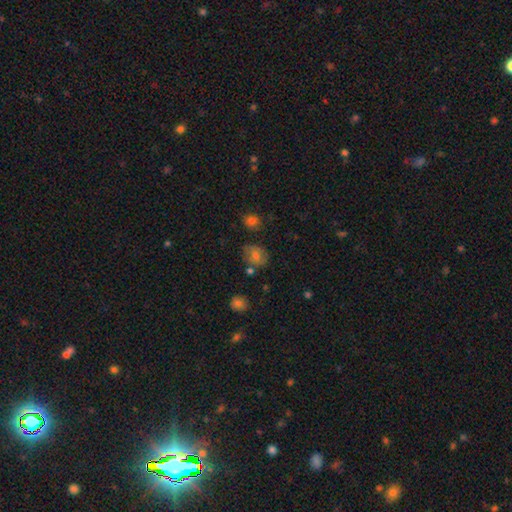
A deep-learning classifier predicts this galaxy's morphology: This is likely a smooth galaxy (64%). How rounded: likely round (60%). Merging: likely none (73%).